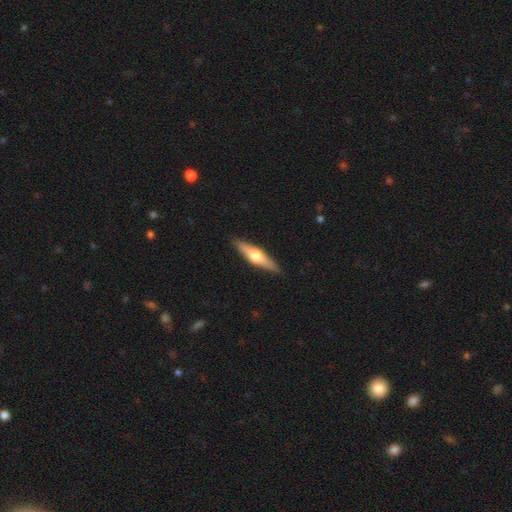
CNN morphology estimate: Smooth or featured? Predicted: featured or disk (p=0.56). Edge-on disk? Predicted: yes (p=0.95). Edge-on bulge? Predicted: rounded (p=0.93). Merging? Predicted: none (p=0.90).